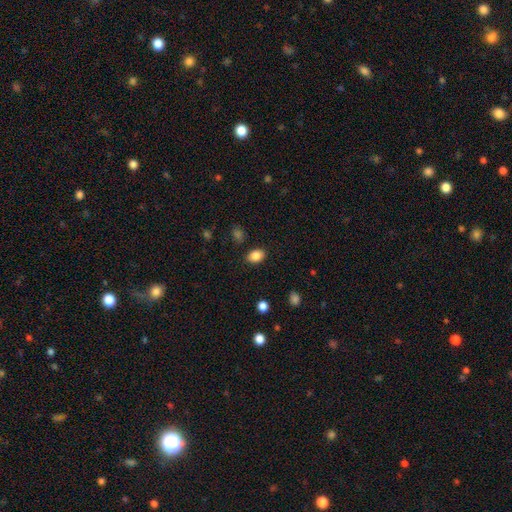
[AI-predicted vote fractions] Smooth or featured?
  - smooth: 86% *
  - star or artifact: 9%
  - featured or disk: 5%
How rounded?
  - in between: 80% *
  - round: 19%
  - cigar-shaped: 1%
Merging?
  - none: 86% *
  - minor disturbance: 10%
  - major disturbance: 3%
  - merger: 2%